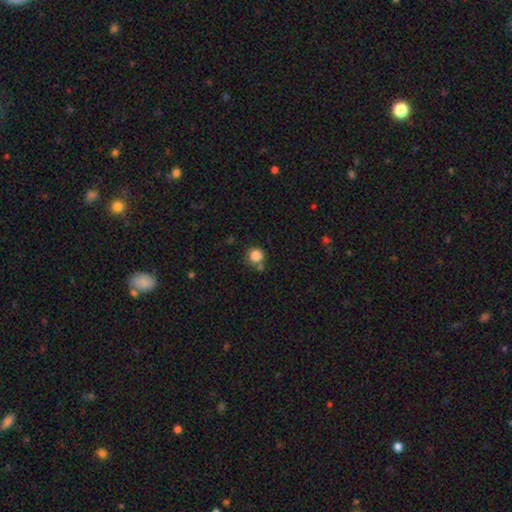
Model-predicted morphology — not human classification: This appears to be a smooth galaxy with no disk features (84%) that is round (93%). Merging: none (69%).